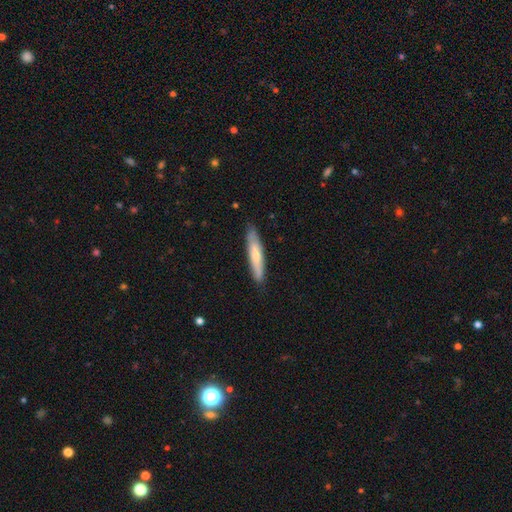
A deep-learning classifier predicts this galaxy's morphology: This is likely a smooth galaxy (62%). How rounded: clearly cigar-shaped (89%). Merging: clearly none (85%).